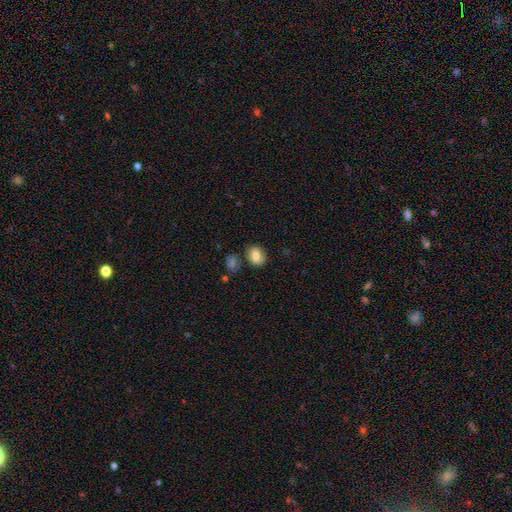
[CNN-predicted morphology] Overall: smooth (75%). How rounded: in between (67%; round 31%). Merging: none (69%).